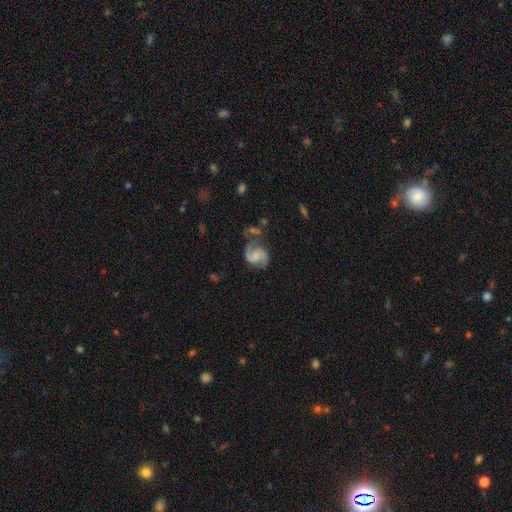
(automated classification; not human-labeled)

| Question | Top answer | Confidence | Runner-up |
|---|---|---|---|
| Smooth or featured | featured or disk | 83% | smooth (11%) |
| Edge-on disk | no | 98% | yes (2%) |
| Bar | no | 55% | weak (37%) |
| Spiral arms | yes | 96% | no (4%) |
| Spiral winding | medium | 54% | loose (28%) |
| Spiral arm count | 2 | 90% | 1 (4%) |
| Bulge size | small | 36% | none (35%) |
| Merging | none | 59% | minor disturbance (20%) |